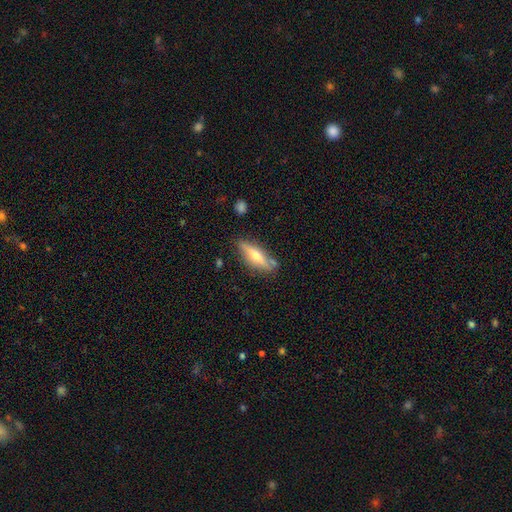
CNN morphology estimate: Overall: featured or disk (54%; smooth 39%). Edge-on disk: yes (87%). Merging: none (76%).